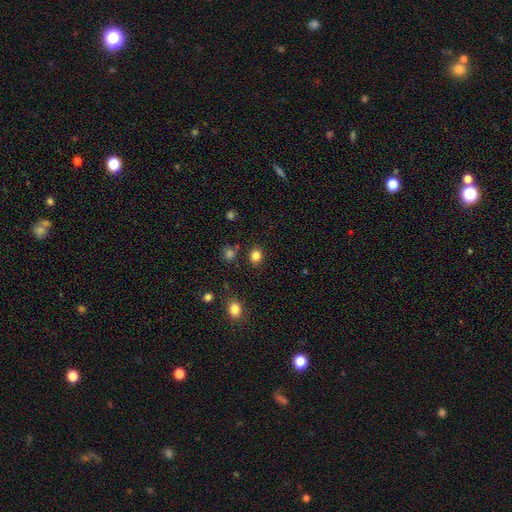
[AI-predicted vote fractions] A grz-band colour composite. It shows a smooth galaxy with no disk features (83%) that is round (69%). Merging: none (85%).